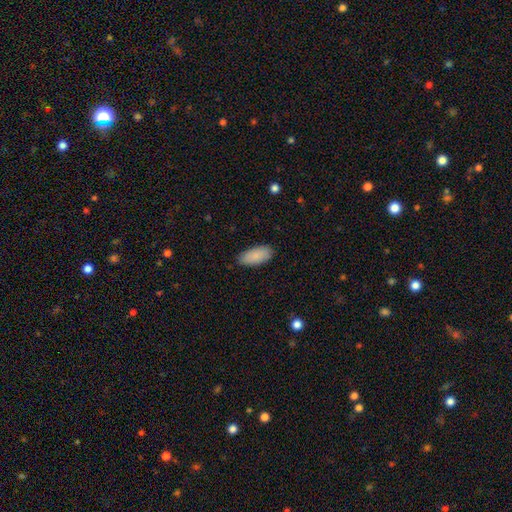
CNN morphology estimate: Smooth or featured? Predicted: smooth (p=0.88). How rounded? Predicted: in between (p=0.90). Merging? Predicted: none (p=0.85).